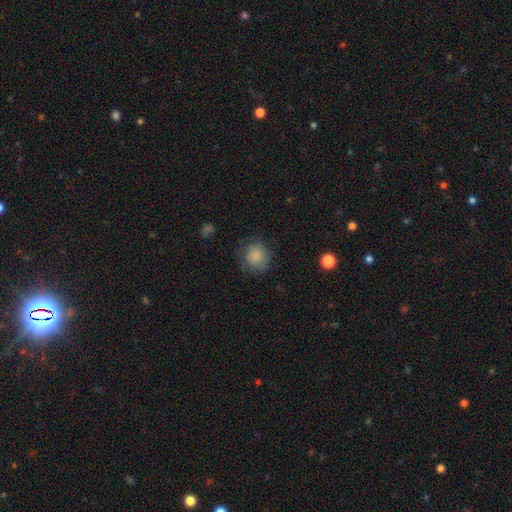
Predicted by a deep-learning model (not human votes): Smooth or featured?
  - smooth: 85% *
  - star or artifact: 8%
  - featured or disk: 7%
How rounded?
  - round: 90% *
  - in between: 9%
  - cigar-shaped: 1%
Merging?
  - none: 77% *
  - minor disturbance: 16%
  - major disturbance: 6%
  - merger: 1%